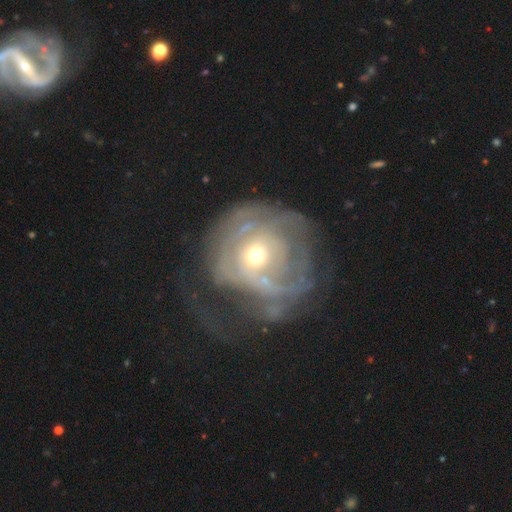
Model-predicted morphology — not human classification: Smooth or featured: featured or disk — 69% (smooth — 22%)
Edge-on disk: no — 96% (yes — 4%)
Bar: no — 81% (weak — 15%)
Spiral arms: yes — 55% (no — 45%)
Bulge size: moderate — 50% (small — 45%)
Merging: major disturbance — 47% (none — 26%)